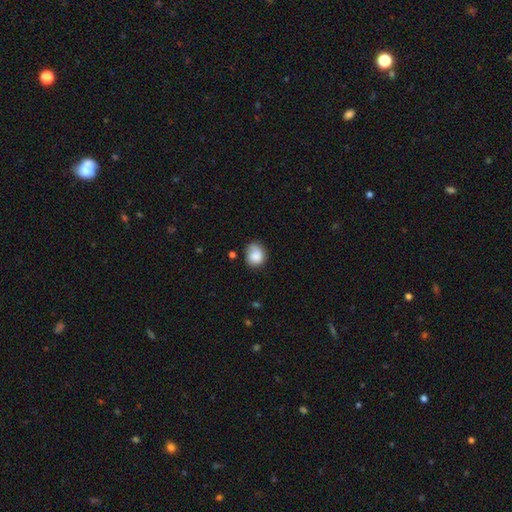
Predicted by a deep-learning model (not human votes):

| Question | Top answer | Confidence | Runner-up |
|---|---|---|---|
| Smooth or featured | smooth | 81% | featured or disk (11%) |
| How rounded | round | 60% | in between (39%) |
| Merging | none | 55% | minor disturbance (31%) |